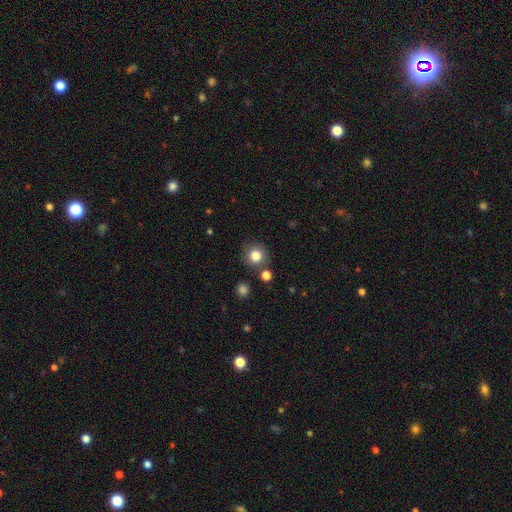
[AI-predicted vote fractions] Smooth or featured? smooth (82%)
How rounded? round (91%)
Merging? none (81%)